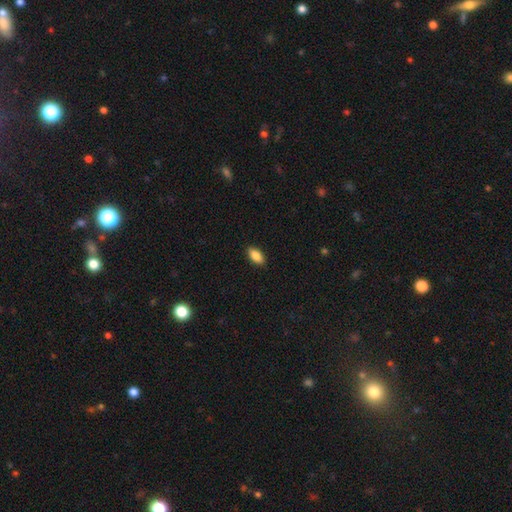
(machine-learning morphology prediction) A smooth galaxy with no disk features (87%) that is in between round and cigar-shaped (90%).

Vote fractions:
- Smooth or featured? smooth: 87% / star or artifact: 7% / featured or disk: 6%
- How rounded? in between: 90% / cigar-shaped: 7% / round: 3%
- Merging? none: 89% / minor disturbance: 8% / major disturbance: 2% / merger: 1%